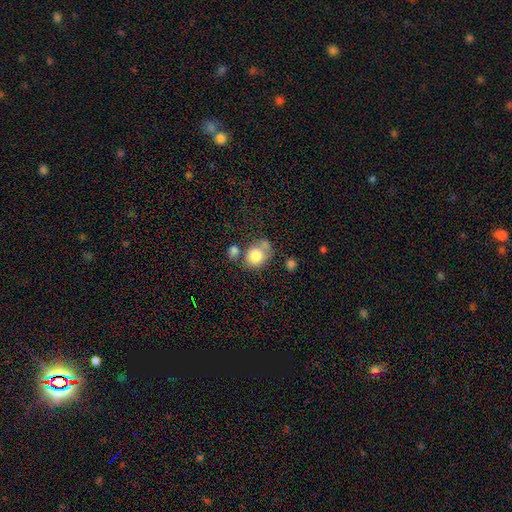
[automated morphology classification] Overall: smooth (81%). How rounded: round (66%; in between 33%). Merging: none (48%; merger 25%).